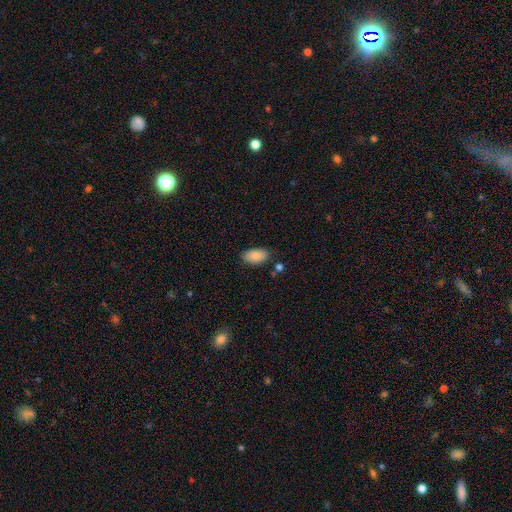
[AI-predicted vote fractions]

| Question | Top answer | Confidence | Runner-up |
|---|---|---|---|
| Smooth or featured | smooth | 85% | featured or disk (8%) |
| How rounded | in between | 94% | round (4%) |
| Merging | none | 82% | minor disturbance (12%) |